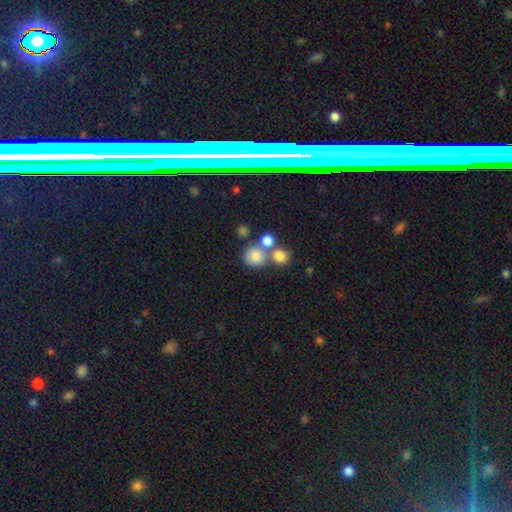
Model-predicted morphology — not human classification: This appears to be a smooth galaxy with no disk features (78%) that is round (85%). Merging: none (49%).